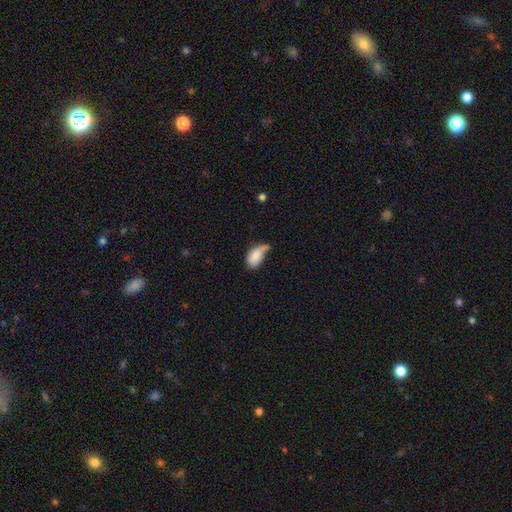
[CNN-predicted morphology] Smooth or featured?
  - smooth: 78% *
  - featured or disk: 15%
  - star or artifact: 7%
How rounded?
  - in between: 91% *
  - round: 6%
  - cigar-shaped: 4%
Merging?
  - minor disturbance: 35% *
  - none: 28%
  - major disturbance: 26%
  - merger: 10%